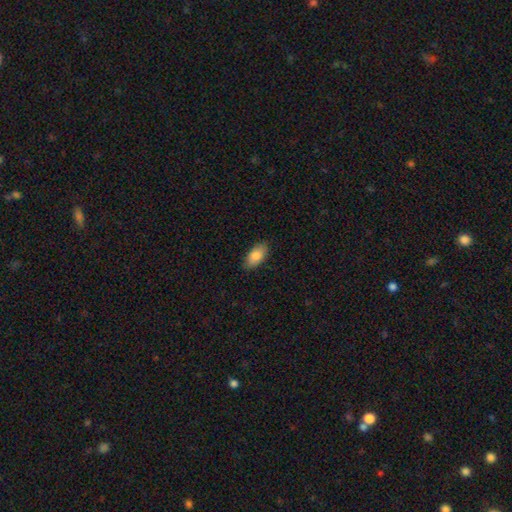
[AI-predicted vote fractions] Smooth or featured?
  - smooth: 85% *
  - featured or disk: 9%
  - star or artifact: 6%
How rounded?
  - in between: 93% *
  - cigar-shaped: 4%
  - round: 3%
Merging?
  - none: 86% *
  - minor disturbance: 11%
  - major disturbance: 2%
  - merger: 1%